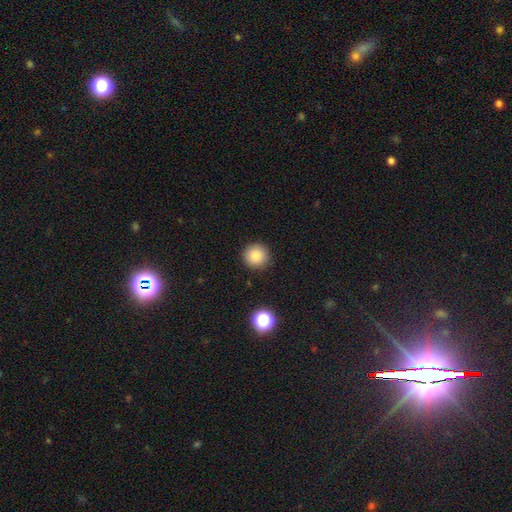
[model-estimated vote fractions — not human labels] Smooth or featured: smooth — 86% (star or artifact — 10%)
How rounded: round — 95% (in between — 4%)
Merging: none — 91% (minor disturbance — 6%)